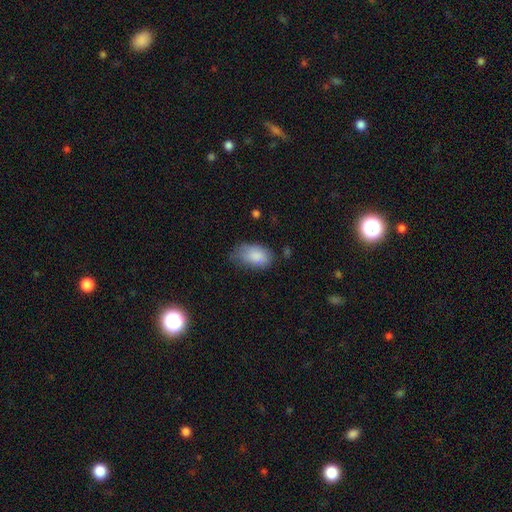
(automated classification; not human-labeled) Smooth or featured: smooth — 86% (featured or disk — 8%)
How rounded: in between — 92% (round — 7%)
Merging: none — 55% (minor disturbance — 33%)